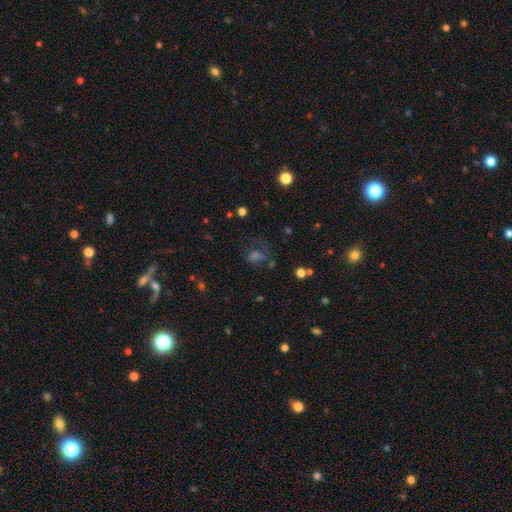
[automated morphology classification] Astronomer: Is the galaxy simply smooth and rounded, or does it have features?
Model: smooth — 42% (runner-up: star or artifact, 35%).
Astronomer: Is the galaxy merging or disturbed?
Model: none — 47% (runner-up: major disturbance, 28%).